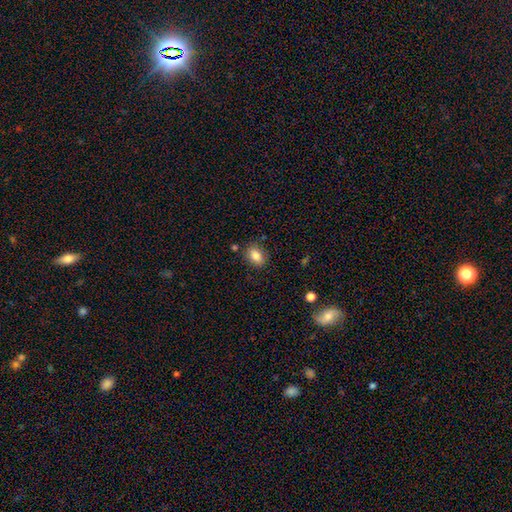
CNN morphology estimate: Smooth or featured: smooth — 82% (star or artifact — 9%)
How rounded: in between — 75% (round — 24%)
Merging: none — 82% (minor disturbance — 12%)